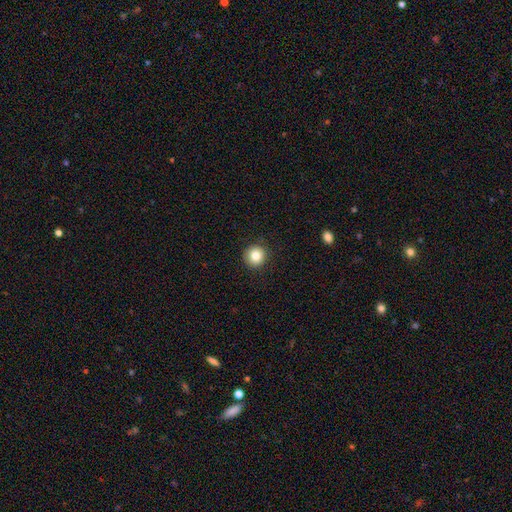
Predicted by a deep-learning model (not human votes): Smooth or featured?
  - smooth: 83% *
  - star or artifact: 10%
  - featured or disk: 7%
How rounded?
  - round: 94% *
  - in between: 5%
  - cigar-shaped: 1%
Merging?
  - none: 91% *
  - minor disturbance: 6%
  - major disturbance: 2%
  - merger: 1%